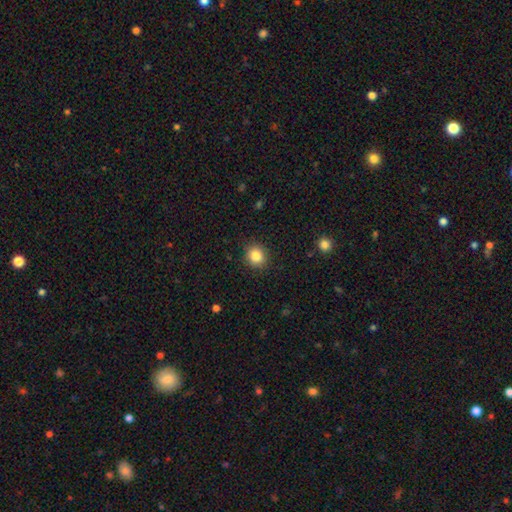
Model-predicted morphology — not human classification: A smooth galaxy with no disk features (85%) that is round (85%).

Vote fractions:
- Smooth or featured? smooth: 85% / star or artifact: 10% / featured or disk: 5%
- How rounded? round: 85% / in between: 14% / cigar-shaped: 1%
- Merging? none: 90% / minor disturbance: 7% / major disturbance: 2% / merger: 1%